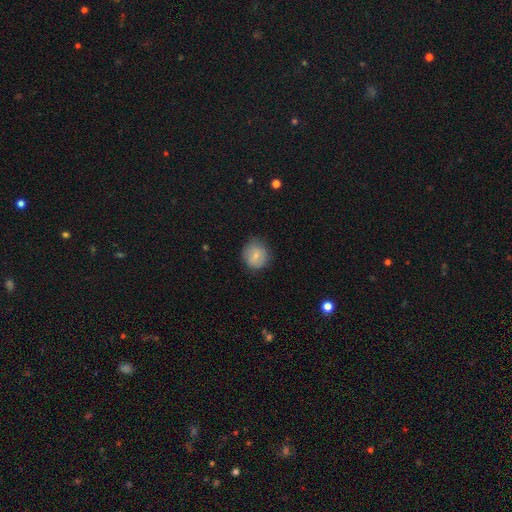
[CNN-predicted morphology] This is likely a smooth galaxy (77%). How rounded: clearly round (86%). Merging: likely none (77%).